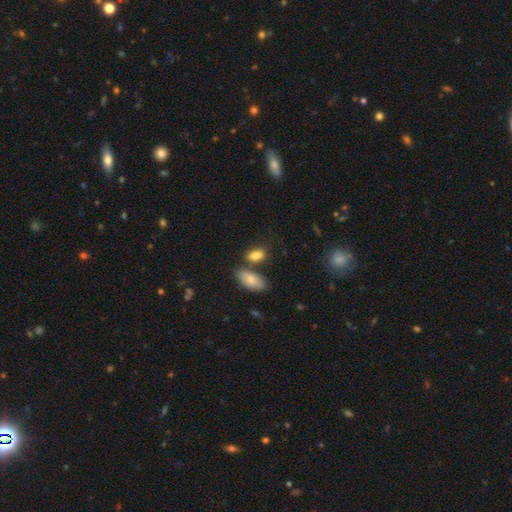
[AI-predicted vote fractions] A smooth galaxy with no disk features (85%) that is in between round and cigar-shaped (86%). Merging: none (62%).